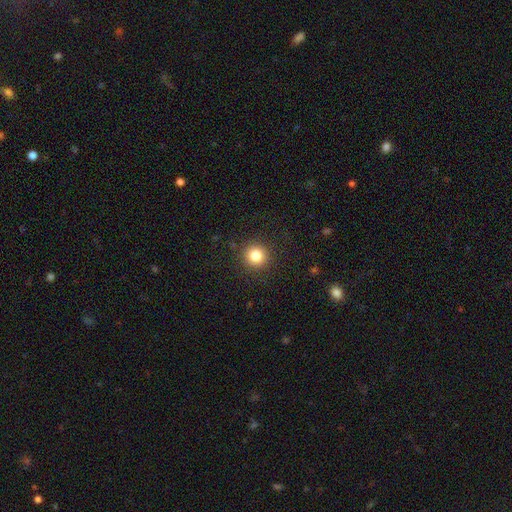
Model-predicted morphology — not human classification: A smooth galaxy with no disk features (82%) that is round (95%). Merging: none (91%).